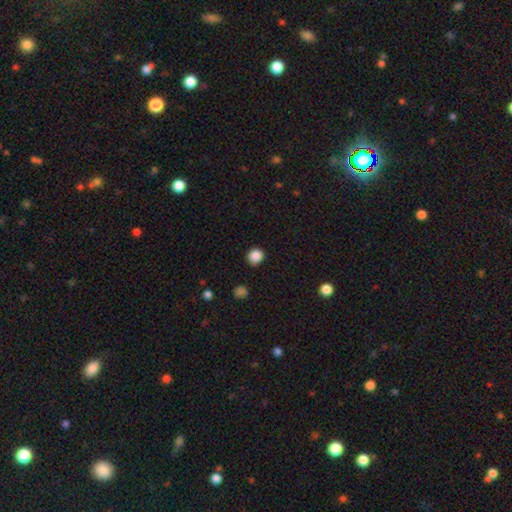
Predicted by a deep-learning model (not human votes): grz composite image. It shows a smooth galaxy with no disk features (87%) that is round (90%). Merging: none (89%).